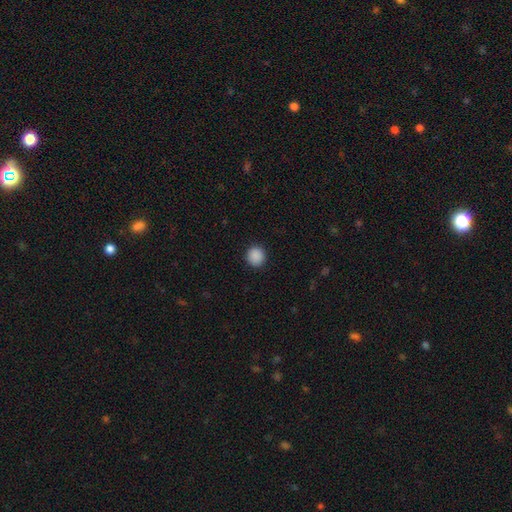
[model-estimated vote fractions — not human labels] A smooth galaxy with no disk features (89%) that is round (93%). Merging: none (92%).